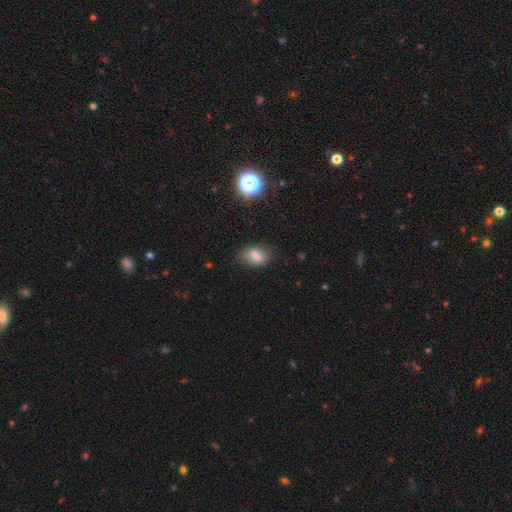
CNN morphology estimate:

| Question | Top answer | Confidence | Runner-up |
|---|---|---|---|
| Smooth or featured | smooth | 77% | star or artifact (12%) |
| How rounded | in between | 82% | round (16%) |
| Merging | none | 71% | minor disturbance (22%) |